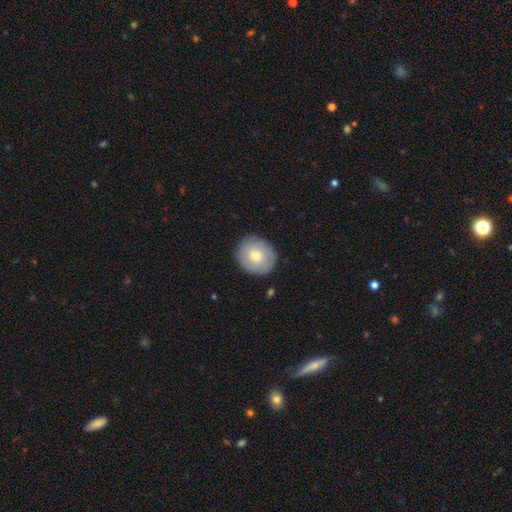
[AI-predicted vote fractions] Smooth or featured? Predicted: smooth (p=0.65). How rounded? Predicted: round (p=0.80). Merging? Predicted: none (p=0.85).